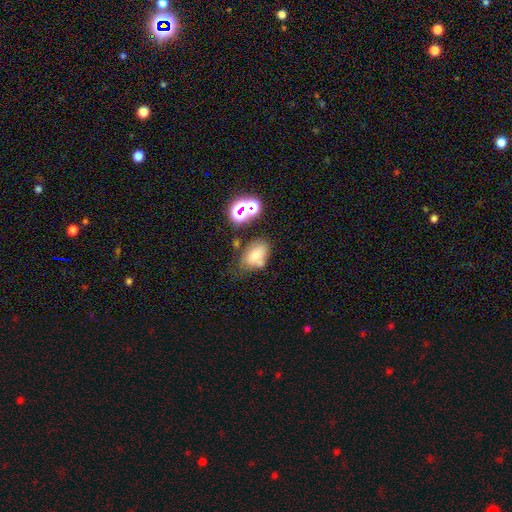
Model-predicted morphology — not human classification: smooth-or-featured: smooth: 67% | featured or disk: 17% | star or artifact: 16%
  how-rounded: in between: 82% | round: 16% | cigar-shaped: 2%
  merging: none: 51% | minor disturbance: 25% | merger: 14% | major disturbance: 10%